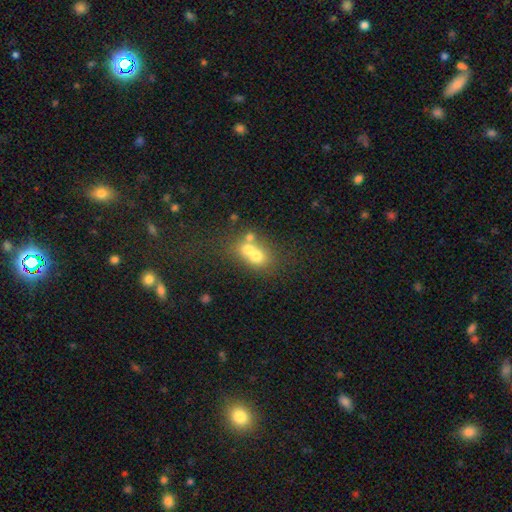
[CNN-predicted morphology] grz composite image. It shows a smooth galaxy with no disk features (61%) that is round (64%). Merging: merger (62%).